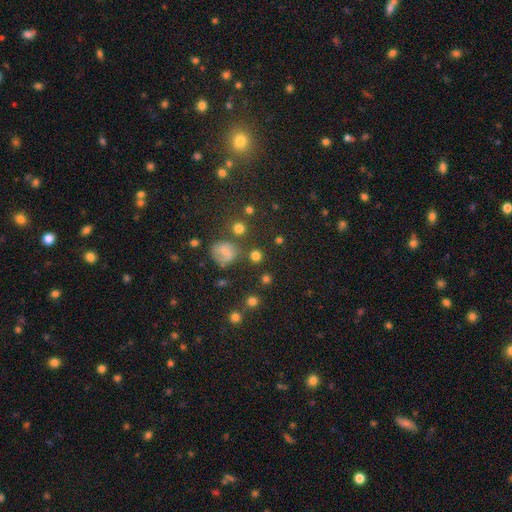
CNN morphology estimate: This appears to be a smooth galaxy with no disk features (74%) that is round (88%). Merging: none (76%).